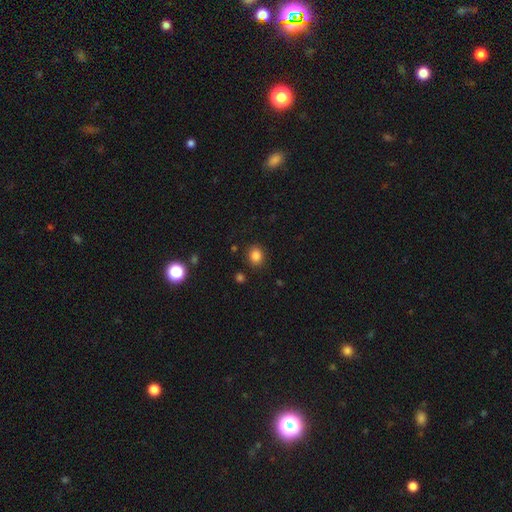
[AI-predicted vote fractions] A smooth galaxy with no disk features (84%) that is round (65%). Merging: none (87%).